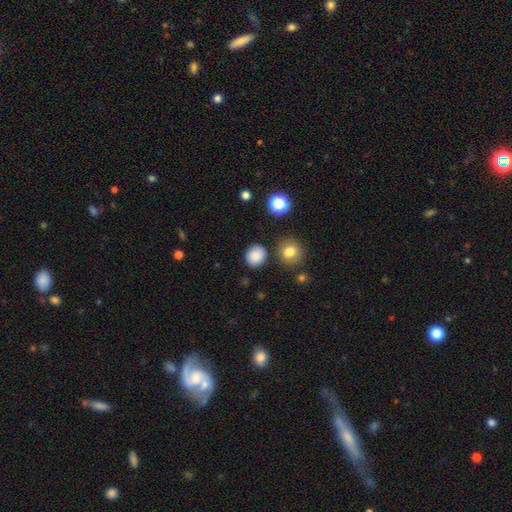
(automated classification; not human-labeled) Smooth or featured? smooth (86%)
How rounded? round (71%)
Merging? none (85%)